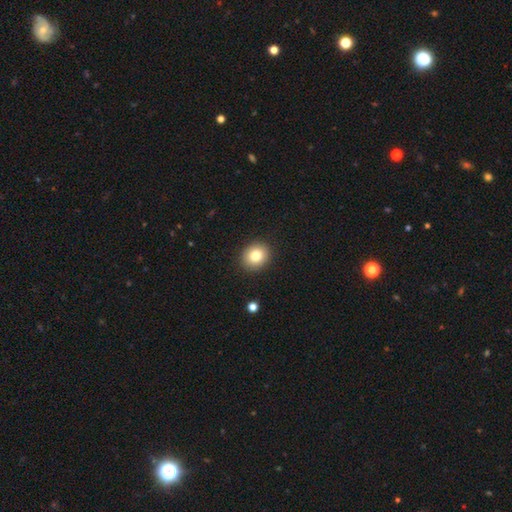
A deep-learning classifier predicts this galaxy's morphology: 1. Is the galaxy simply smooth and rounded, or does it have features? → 82% smooth, 9% star or artifact, 9% featured or disk.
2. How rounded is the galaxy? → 65% round, 34% in between, 1% cigar-shaped.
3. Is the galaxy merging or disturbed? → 90% none, 7% minor disturbance, 2% major disturbance, 1% merger.